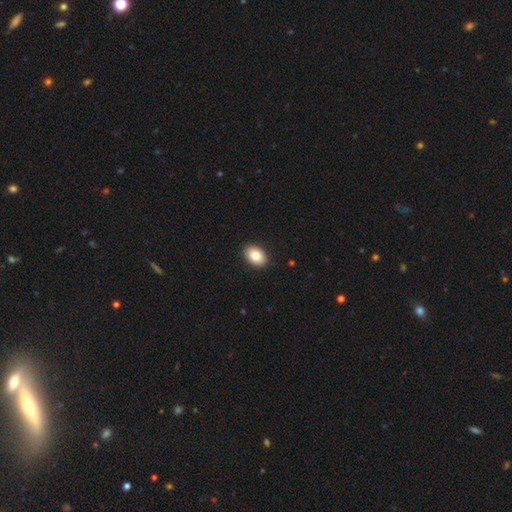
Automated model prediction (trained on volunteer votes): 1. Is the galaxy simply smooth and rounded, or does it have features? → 84% smooth, 8% featured or disk, 8% star or artifact.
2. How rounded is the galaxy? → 84% in between, 15% round, 1% cigar-shaped.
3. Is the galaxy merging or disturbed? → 91% none, 7% minor disturbance, 2% major disturbance, 1% merger.